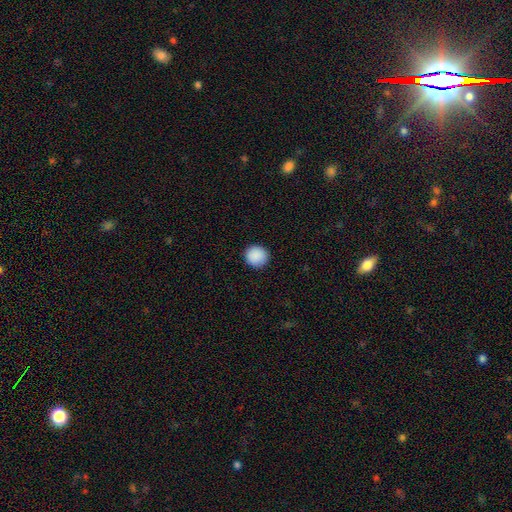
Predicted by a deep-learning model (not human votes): A smooth galaxy with no disk features (90%) that is round (92%).

Vote fractions:
- Smooth or featured? smooth: 90% / star or artifact: 8% / featured or disk: 2%
- How rounded? round: 92% / in between: 7% / cigar-shaped: 1%
- Merging? none: 92% / minor disturbance: 6% / major disturbance: 2% / merger: 1%